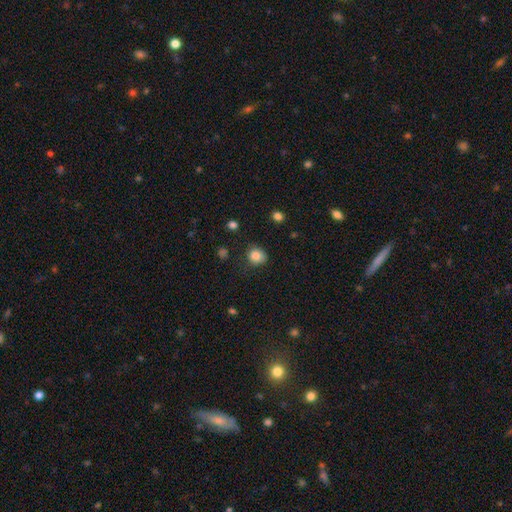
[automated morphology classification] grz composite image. It shows a smooth galaxy with no disk features (83%) that is round (78%). Merging: none (77%).